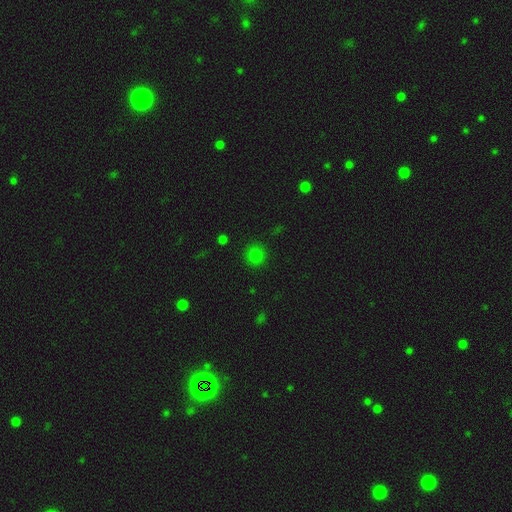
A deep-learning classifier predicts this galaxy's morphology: The model was most divided on "smooth or featured": smooth: 79%, star or artifact: 16%, featured or disk: 5%. More confident: how rounded — round (92%); merging — none (89%).